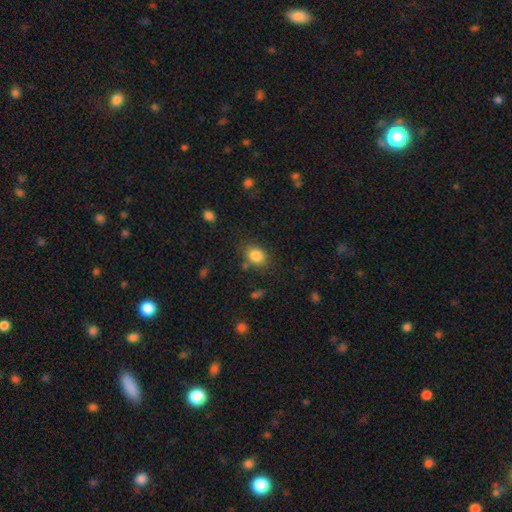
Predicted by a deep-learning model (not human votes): Smooth or featured: smooth — 84% (star or artifact — 10%)
How rounded: in between — 50% (round — 49%)
Merging: none — 76% (minor disturbance — 14%)